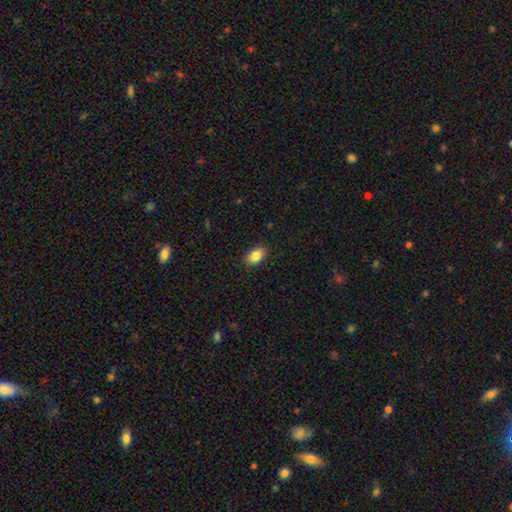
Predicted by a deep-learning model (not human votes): Q: Smooth or featured?
A: smooth (86%); runner-up: star or artifact (8%)
Q: How rounded?
A: in between (90%); runner-up: round (8%)
Q: Merging?
A: none (89%); runner-up: minor disturbance (8%)